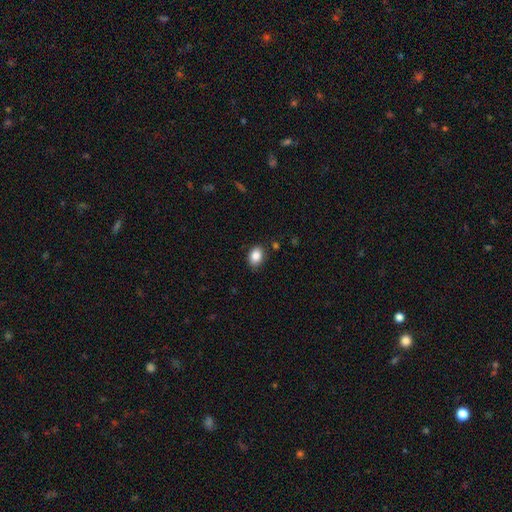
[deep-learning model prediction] Smooth or featured? Predicted: smooth (p=0.87). How rounded? Predicted: in between (p=0.73). Merging? Predicted: none (p=0.84).